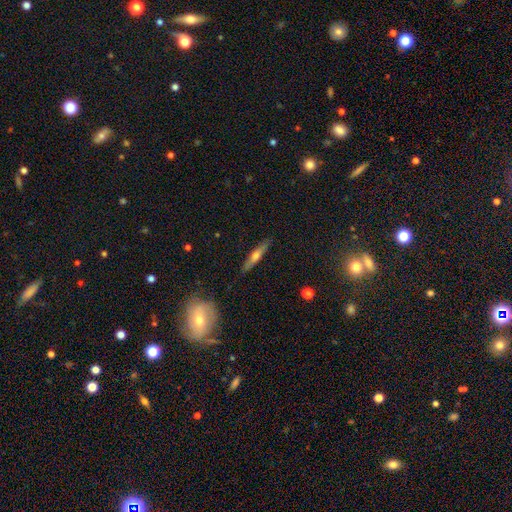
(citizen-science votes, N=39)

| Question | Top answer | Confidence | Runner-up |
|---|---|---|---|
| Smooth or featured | featured or disk | 56% | smooth (33%) |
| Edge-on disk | yes | 91% | no (9%) |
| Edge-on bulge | rounded | 90% | boxy (5%) |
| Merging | none | 86% | minor disturbance (11%) |